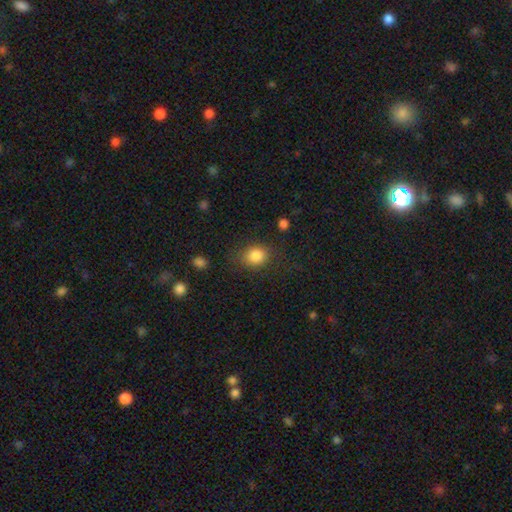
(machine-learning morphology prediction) This is clearly a smooth galaxy (84%). How rounded: possibly round (60%). Merging: likely none (77%).